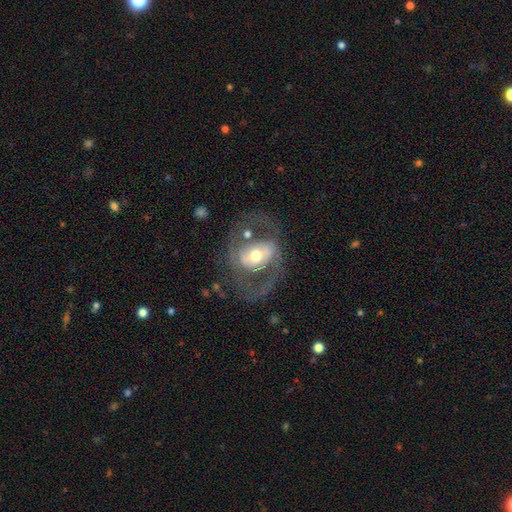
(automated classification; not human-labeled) smooth_or_featured: featured or disk (p=0.76) [alt: smooth p=0.18]
disk_edge_on: no (p=0.95) [alt: yes p=0.05]
bar: no (p=0.41) [alt: weak p=0.33]
has_spiral_arms: yes (p=0.68) [alt: no p=0.32]
bulge_size: moderate (p=0.67) [alt: small p=0.16]
merging: none (p=0.61) [alt: major disturbance p=0.20]